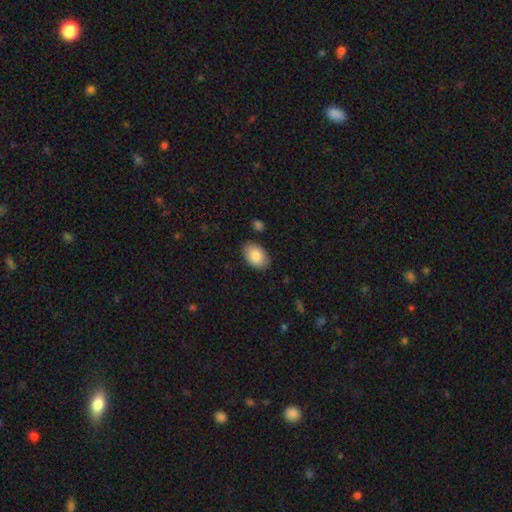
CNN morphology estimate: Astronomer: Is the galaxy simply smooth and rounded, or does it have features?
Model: smooth — 85%.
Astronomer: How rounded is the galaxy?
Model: in between — 90%.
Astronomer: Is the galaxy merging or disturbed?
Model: none — 84%.